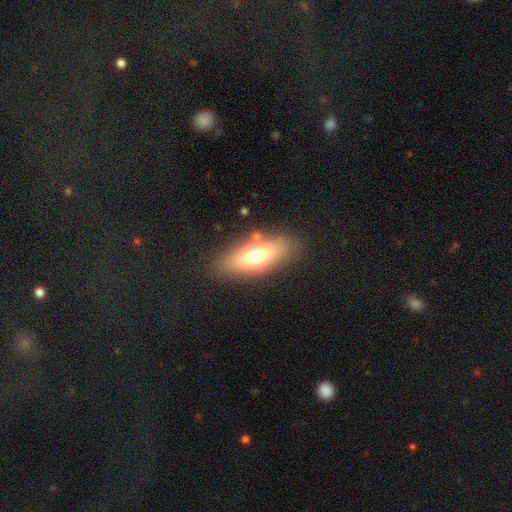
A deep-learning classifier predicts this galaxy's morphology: Smooth or featured: smooth — 65% (featured or disk — 25%)
How rounded: in between — 75% (cigar-shaped — 19%)
Merging: none — 81% (minor disturbance — 12%)